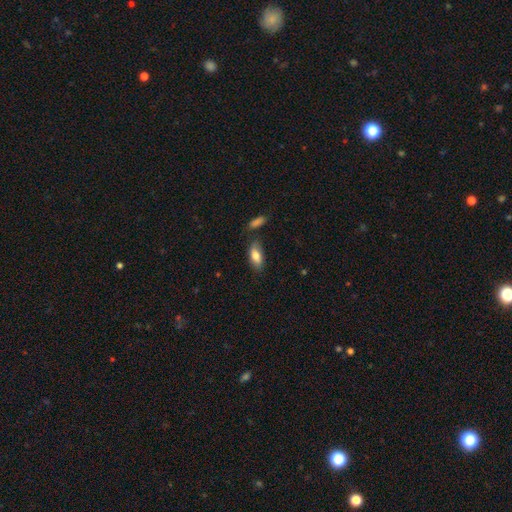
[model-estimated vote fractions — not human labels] smooth-or-featured: smooth: 79% | featured or disk: 14% | star or artifact: 7%
  how-rounded: in between: 85% | cigar-shaped: 12% | round: 3%
  merging: none: 75% | minor disturbance: 15% | merger: 7% | major disturbance: 3%